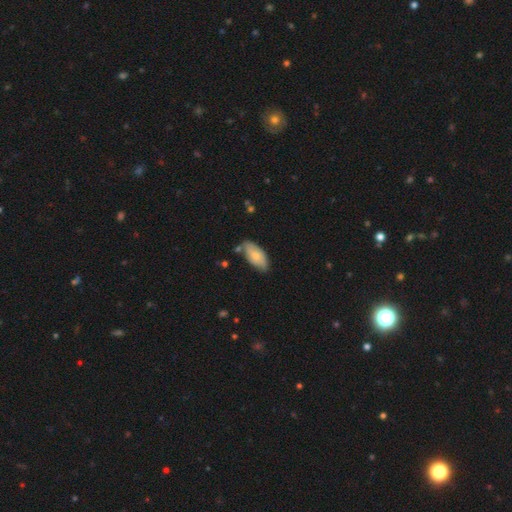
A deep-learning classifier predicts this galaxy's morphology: smooth-or-featured: smooth: 70% | featured or disk: 24% | star or artifact: 6%
  how-rounded: in between: 91% | cigar-shaped: 7% | round: 2%
  merging: none: 68% | minor disturbance: 24% | merger: 4% | major disturbance: 4%